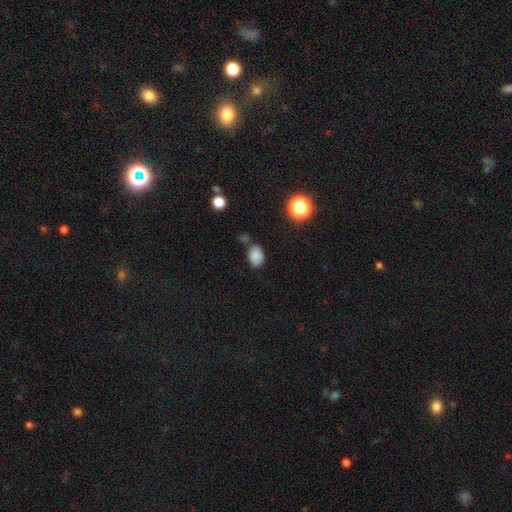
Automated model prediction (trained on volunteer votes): A smooth galaxy with no disk features (83%) that is in between round and cigar-shaped (79%). Merging: none (65%).